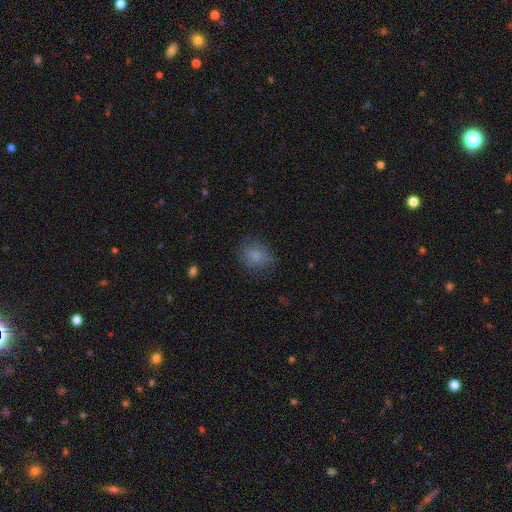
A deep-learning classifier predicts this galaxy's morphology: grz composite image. It shows a smooth galaxy with no disk features (81%) that is in between round and cigar-shaped (51%). Merging: none (74%).